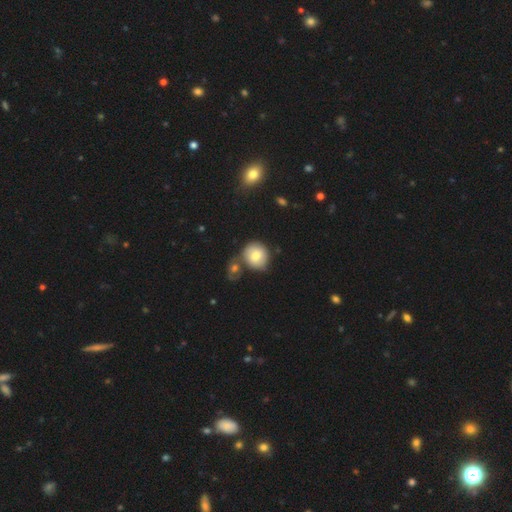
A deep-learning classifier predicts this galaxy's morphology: type=smooth (75%); roundness=round (83%); merging=none (52%).